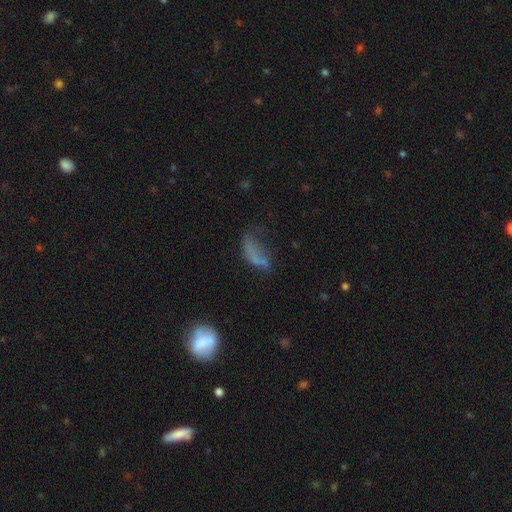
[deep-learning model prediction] smooth-or-featured: smooth: 49% | featured or disk: 32% | star or artifact: 19%
  merging: major disturbance: 38% | none: 30% | minor disturbance: 20% | merger: 12%